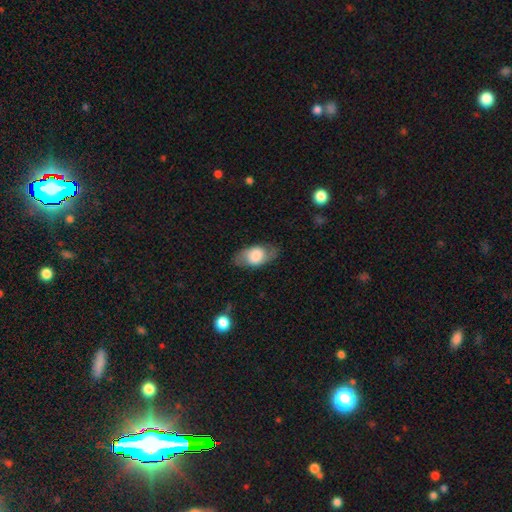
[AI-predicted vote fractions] Smooth or featured?
  - smooth: 61% *
  - featured or disk: 32%
  - star or artifact: 7%
How rounded?
  - in between: 88% *
  - round: 9%
  - cigar-shaped: 3%
Merging?
  - none: 75% *
  - minor disturbance: 17%
  - major disturbance: 7%
  - merger: 1%